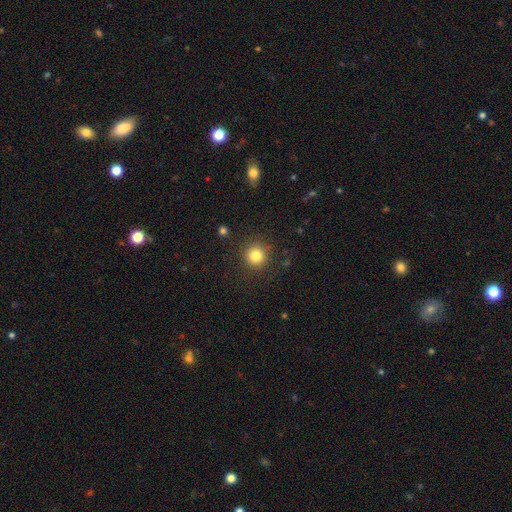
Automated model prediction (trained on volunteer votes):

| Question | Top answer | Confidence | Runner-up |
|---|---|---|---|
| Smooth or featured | smooth | 82% | star or artifact (12%) |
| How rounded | round | 94% | in between (5%) |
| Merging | none | 89% | minor disturbance (7%) |